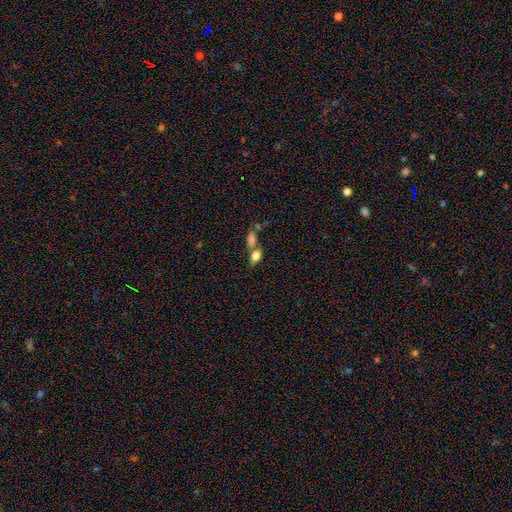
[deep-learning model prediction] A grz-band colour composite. It shows a smooth galaxy with no disk features (74%) that is in between round and cigar-shaped (78%). Merging: merger (47%).